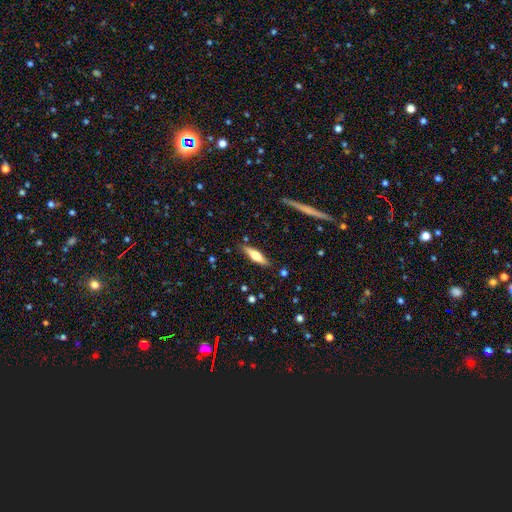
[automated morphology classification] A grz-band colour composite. It shows a smooth galaxy with no disk features (57%) that is cigar-shaped (63%). Merging: none (85%).